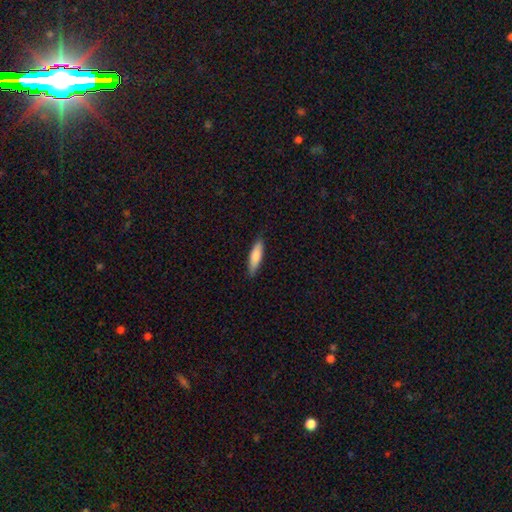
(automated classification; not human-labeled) This is clearly a smooth galaxy (81%). How rounded: likely cigar-shaped (68%). Merging: clearly none (87%).